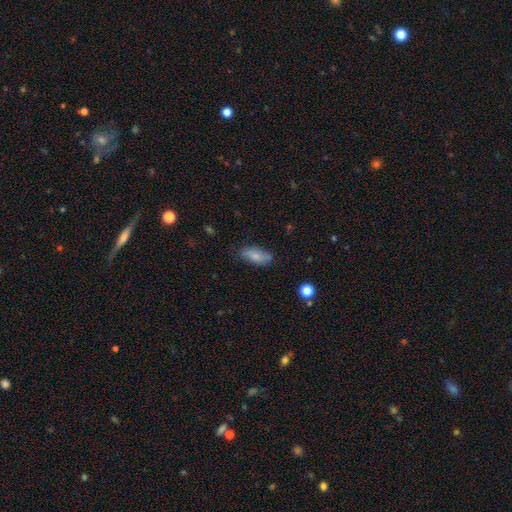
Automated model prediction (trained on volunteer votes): smooth_or_featured: smooth (p=0.72) [alt: featured or disk p=0.21]
how_rounded: in between (p=0.79) [alt: cigar-shaped p=0.18]
merging: none (p=0.71) [alt: minor disturbance p=0.22]